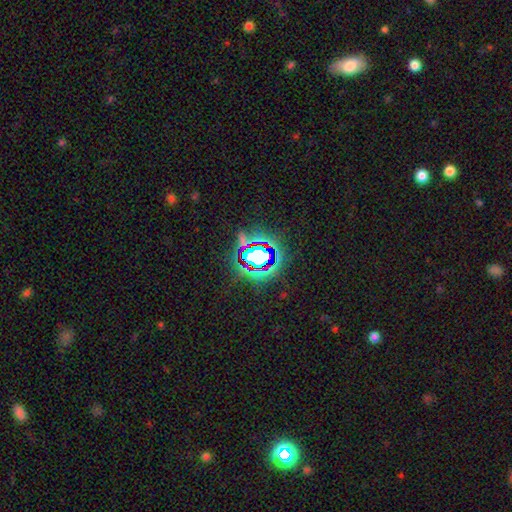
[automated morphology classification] This is likely a star or artifact rather than a galaxy (71%).